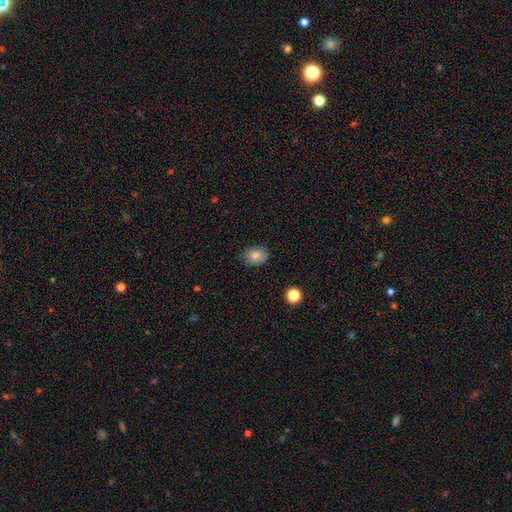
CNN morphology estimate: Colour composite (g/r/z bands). It shows a smooth galaxy with no disk features (83%) that is in between round and cigar-shaped (57%). Merging: none (82%).